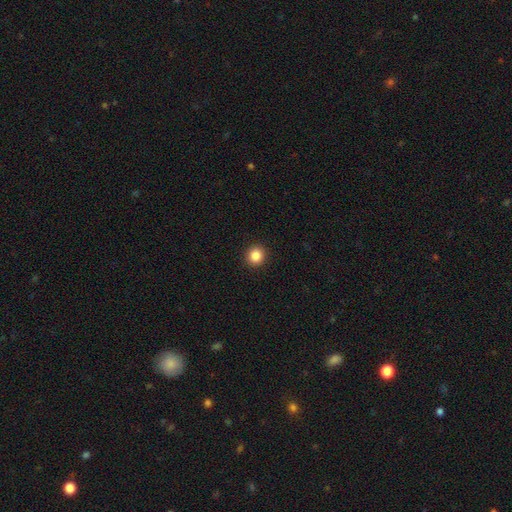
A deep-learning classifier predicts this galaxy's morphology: Smooth or featured?
  - smooth: 86% *
  - star or artifact: 10%
  - featured or disk: 3%
How rounded?
  - round: 88% *
  - in between: 11%
  - cigar-shaped: 1%
Merging?
  - none: 92% *
  - minor disturbance: 5%
  - major disturbance: 2%
  - merger: 1%